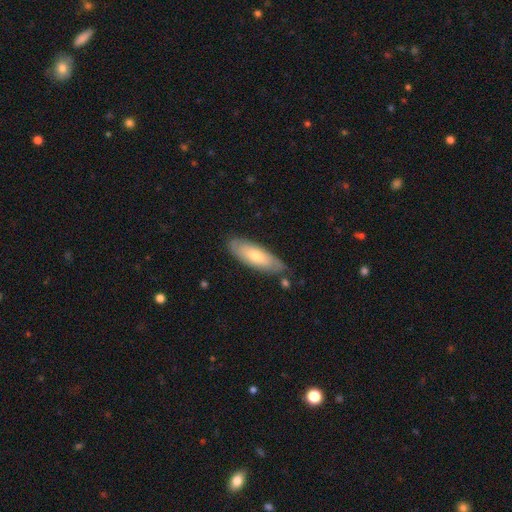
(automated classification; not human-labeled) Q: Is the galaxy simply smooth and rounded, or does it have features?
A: smooth — 59%.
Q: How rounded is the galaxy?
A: in between — 64%.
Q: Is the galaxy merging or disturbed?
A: none — 77%.